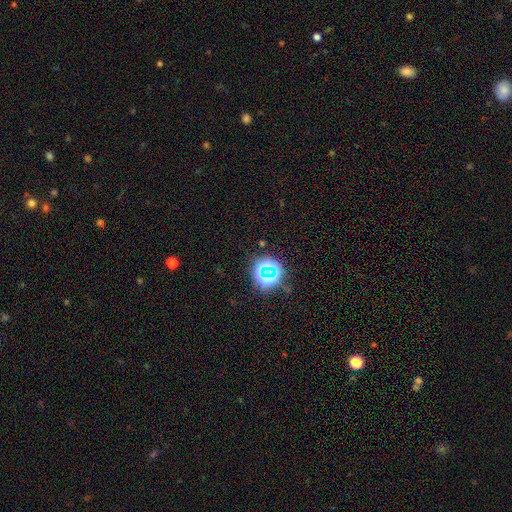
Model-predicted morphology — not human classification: star or artifact 70%, smooth 22%, featured or disk 9%.